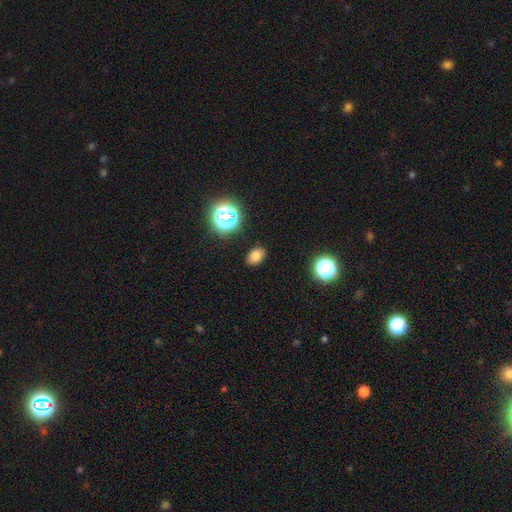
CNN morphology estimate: type=smooth (75%); roundness=in between (75%); merging=none (87%).